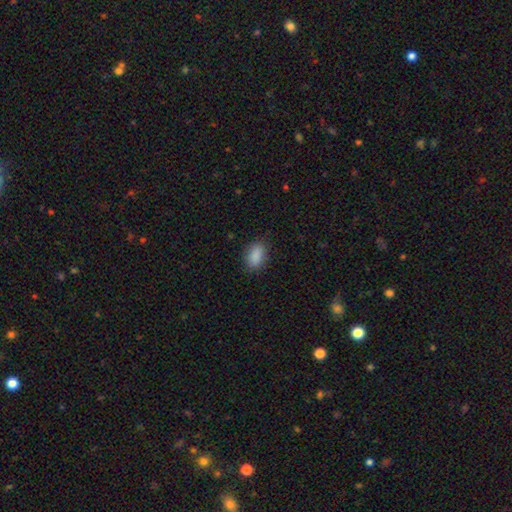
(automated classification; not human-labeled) smooth 88%, star or artifact 8%, featured or disk 3%. Down the decision tree: how rounded — in between (88%); merging — none (83%).